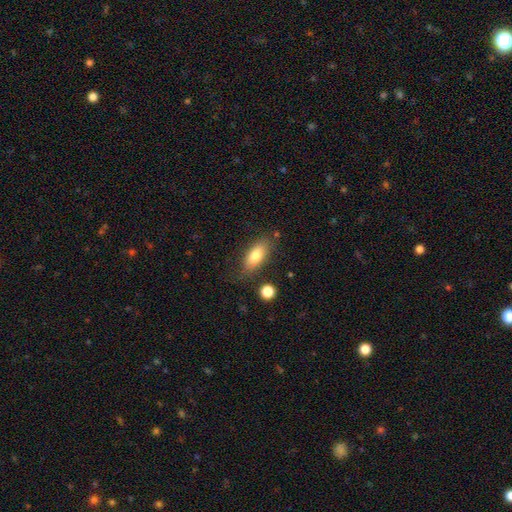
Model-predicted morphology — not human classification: This appears to be a smooth galaxy with no disk features (77%) that is in between round and cigar-shaped (79%). Merging: none (76%).